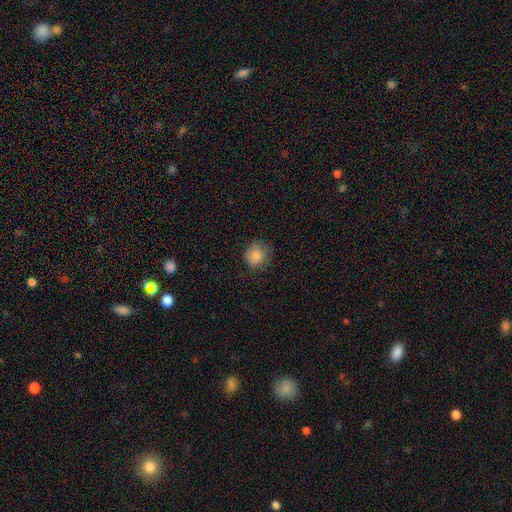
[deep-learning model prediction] Smooth or featured? Predicted: smooth (p=0.86). How rounded? Predicted: round (p=0.85). Merging? Predicted: none (p=0.76).